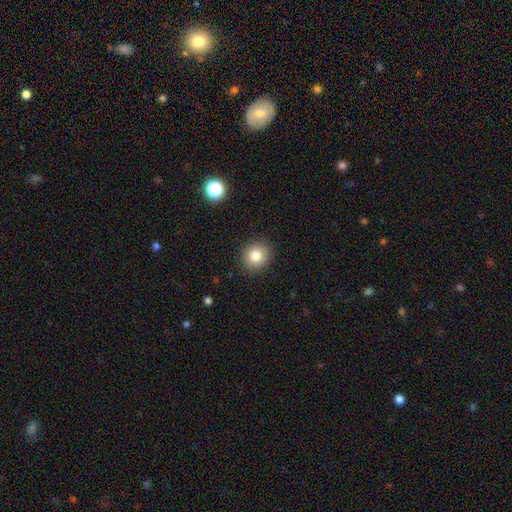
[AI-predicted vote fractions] This is clearly a smooth galaxy (81%). How rounded: likely round (78%). Merging: clearly none (89%).